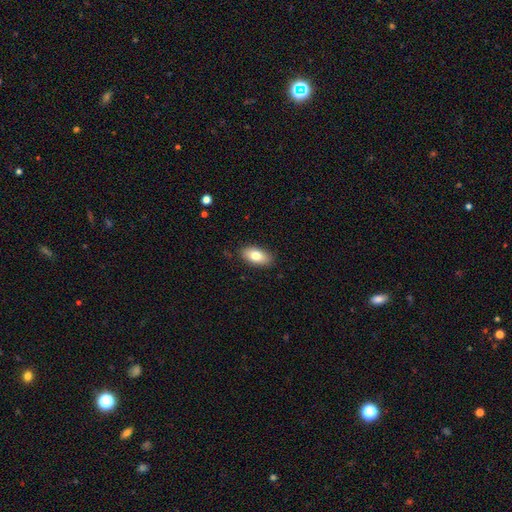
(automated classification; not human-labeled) smooth_or_featured: smooth (p=0.79) [alt: featured or disk p=0.14]
how_rounded: in between (p=0.92) [alt: cigar-shaped p=0.04]
merging: none (p=0.87) [alt: minor disturbance p=0.10]